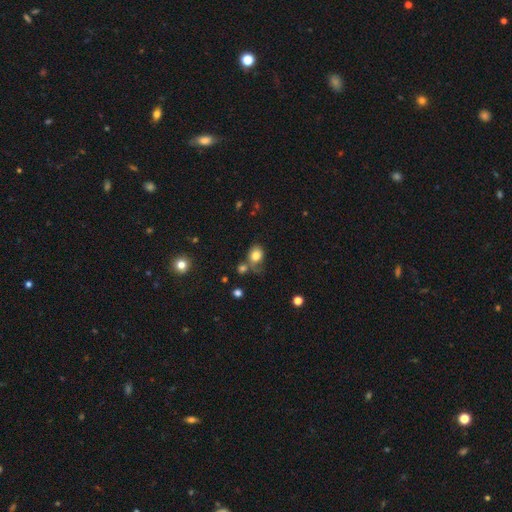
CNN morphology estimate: The model was most divided on "how rounded": round: 52%, in between: 47%, cigar-shaped: 1%. More confident: smooth or featured — smooth (80%); merging — none (51%).